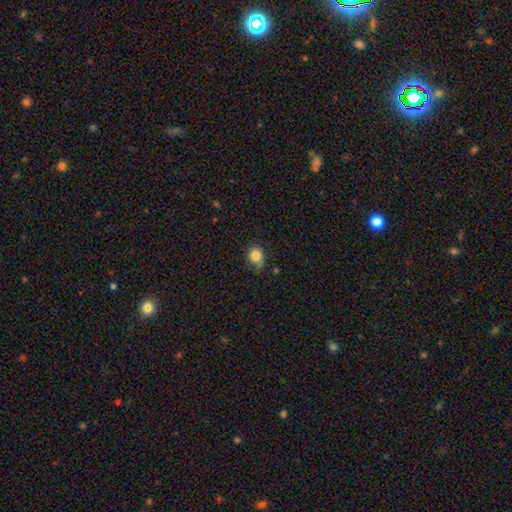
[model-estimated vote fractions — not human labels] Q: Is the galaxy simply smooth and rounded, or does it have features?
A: smooth — 82%.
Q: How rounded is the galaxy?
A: round — 64%.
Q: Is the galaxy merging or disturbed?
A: none — 55%.